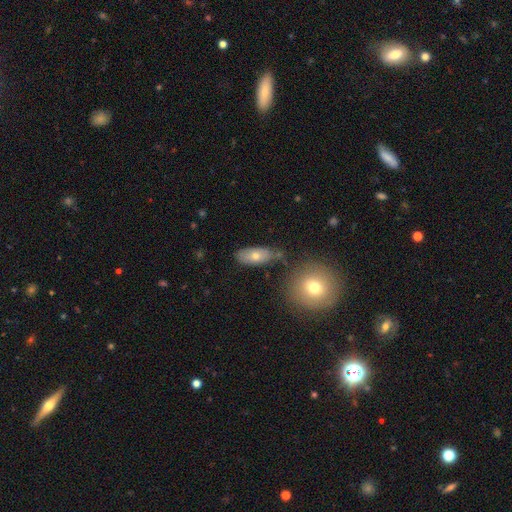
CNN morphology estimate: smooth_or_featured: smooth (p=0.66) [alt: featured or disk p=0.24]
how_rounded: in between (p=0.81) [alt: cigar-shaped p=0.10]
merging: none (p=0.71) [alt: minor disturbance p=0.17]